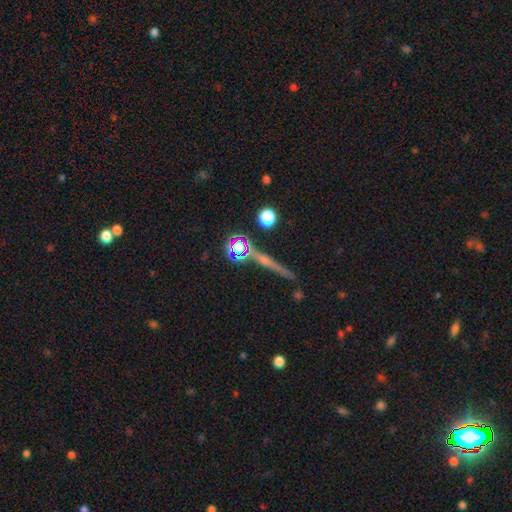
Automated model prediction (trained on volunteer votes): Morphology: type=star or artifact (50%).